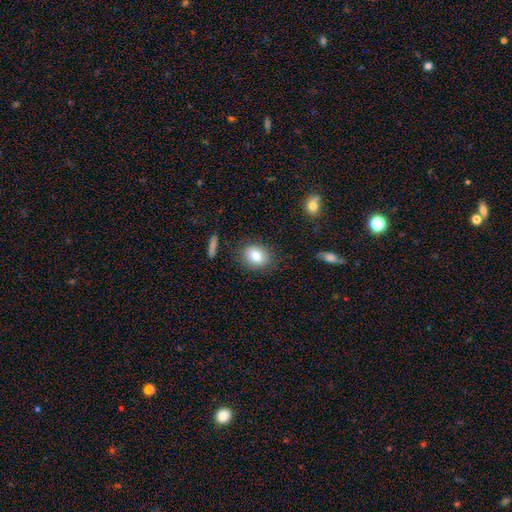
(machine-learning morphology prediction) Smooth or featured: smooth — 83% (featured or disk — 9%)
How rounded: in between — 54% (round — 45%)
Merging: none — 83% (minor disturbance — 12%)